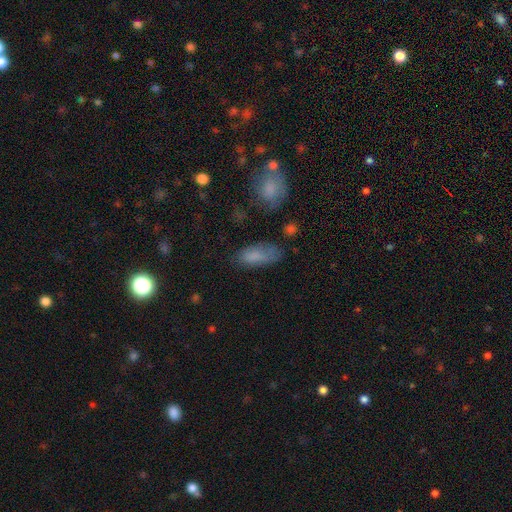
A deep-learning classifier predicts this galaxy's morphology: The model was most divided on "merging": none: 56%, minor disturbance: 28%, major disturbance: 12%, merger: 5%. More confident: how rounded — in between (80%); smooth or featured — smooth (79%).